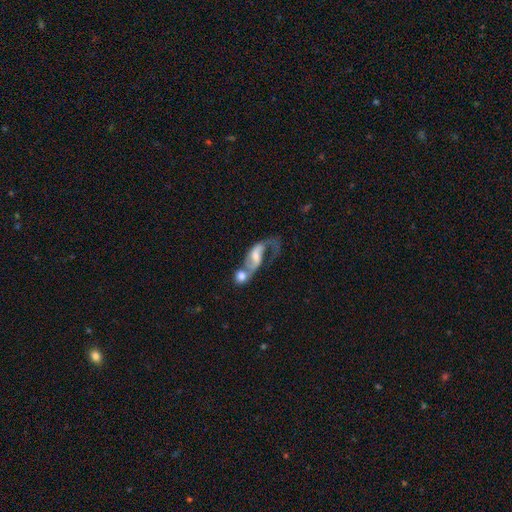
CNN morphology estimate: type=featured or disk (75%); edge-on=no (93%); bar=weak (43%); spiral arms=yes (88%); winding=loose (70%); arm count=2 (73%); bulge=moderate (42%); merging=merger (53%).